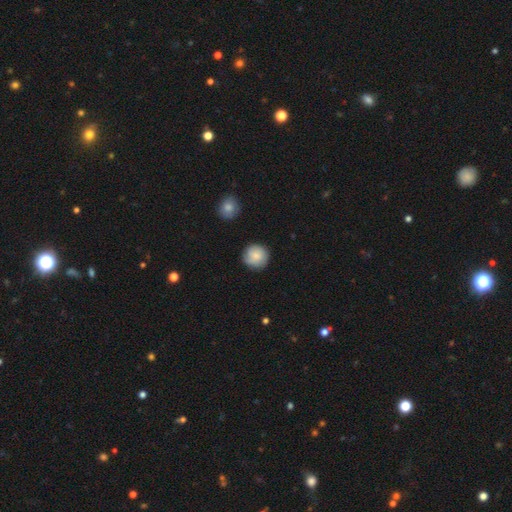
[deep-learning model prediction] The model was most divided on "smooth or featured": smooth: 79%, featured or disk: 14%, star or artifact: 7%. More confident: how rounded — round (92%); merging — none (81%).